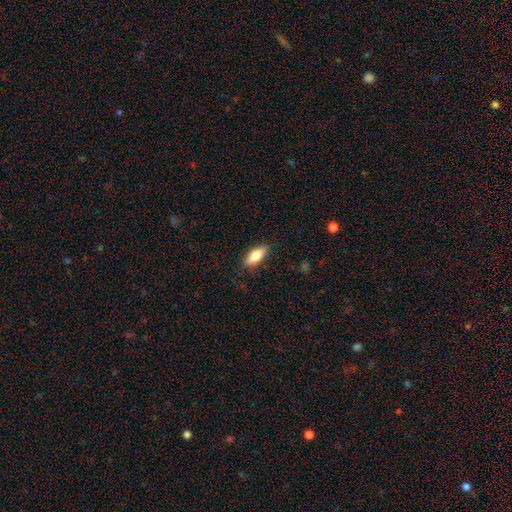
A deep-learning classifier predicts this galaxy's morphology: A smooth galaxy with no disk features (74%) that is in between round and cigar-shaped (77%). Merging: none (84%).